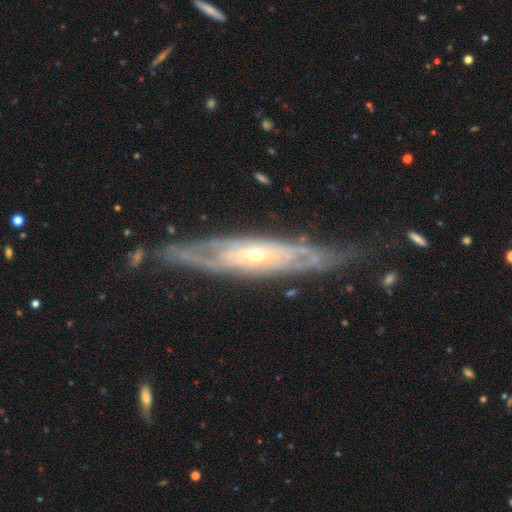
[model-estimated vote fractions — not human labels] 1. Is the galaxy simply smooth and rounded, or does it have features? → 83% featured or disk, 11% smooth, 6% star or artifact.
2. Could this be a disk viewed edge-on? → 63% no, 37% yes.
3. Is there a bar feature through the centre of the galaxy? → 67% no, 24% weak, 9% strong.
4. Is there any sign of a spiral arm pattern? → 84% yes, 16% no.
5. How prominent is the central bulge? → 64% small, 32% moderate, 2% large, 1% none, 1% dominant.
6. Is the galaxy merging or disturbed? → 71% none, 19% minor disturbance, 7% major disturbance, 2% merger.